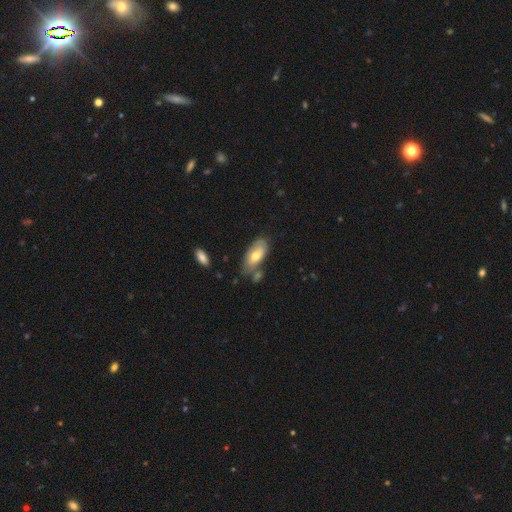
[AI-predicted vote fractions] smooth_or_featured: smooth (p=0.62) [alt: featured or disk p=0.32]
how_rounded: in between (p=0.88) [alt: cigar-shaped p=0.10]
merging: none (p=0.57) [alt: minor disturbance p=0.24]